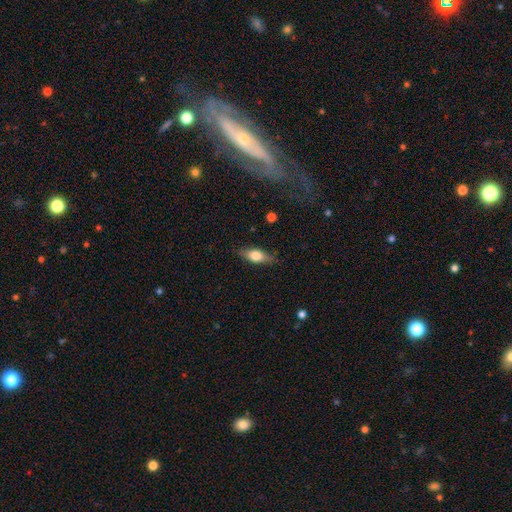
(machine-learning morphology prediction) smooth_or_featured: smooth (p=0.62) [alt: featured or disk p=0.31]
how_rounded: in between (p=0.73) [alt: cigar-shaped p=0.22]
merging: none (p=0.82) [alt: minor disturbance p=0.14]